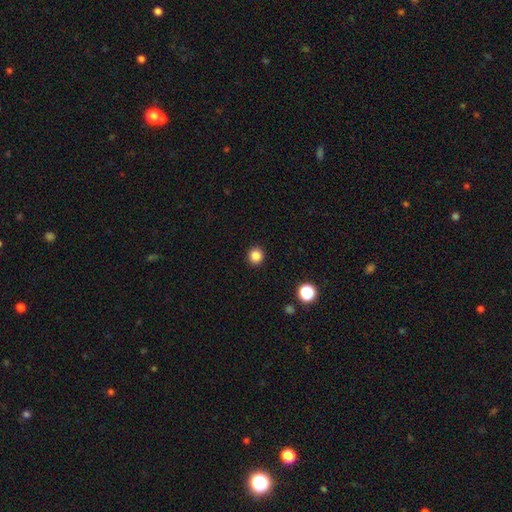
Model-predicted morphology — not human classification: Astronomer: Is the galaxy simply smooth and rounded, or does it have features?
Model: smooth — 85%.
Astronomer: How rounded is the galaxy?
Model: round — 93%.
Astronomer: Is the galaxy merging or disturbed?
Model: none — 92%.